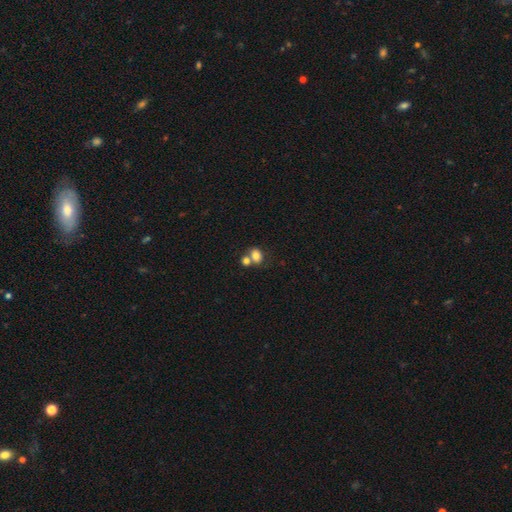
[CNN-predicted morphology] Smooth or featured: smooth — 78% (featured or disk — 12%)
How rounded: in between — 54% (round — 45%)
Merging: merger — 46% (none — 39%)